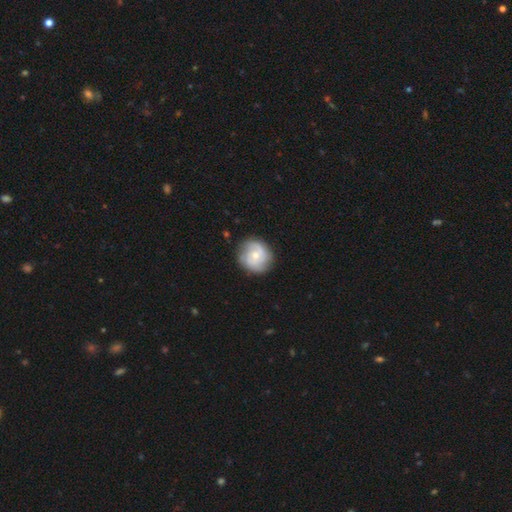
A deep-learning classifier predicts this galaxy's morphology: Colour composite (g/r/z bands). It shows a featured or disk galaxy (65%) with no bar (69%), 2 (40%) tight (48%) spiral arms (89%) and a small central bulge (52%). Merging: none (81%).